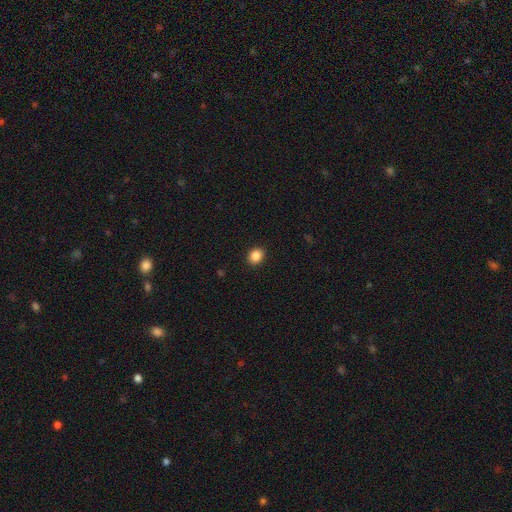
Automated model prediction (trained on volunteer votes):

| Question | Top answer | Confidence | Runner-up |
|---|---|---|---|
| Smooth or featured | smooth | 87% | star or artifact (10%) |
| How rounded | round | 54% | in between (45%) |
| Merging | none | 91% | minor disturbance (6%) |